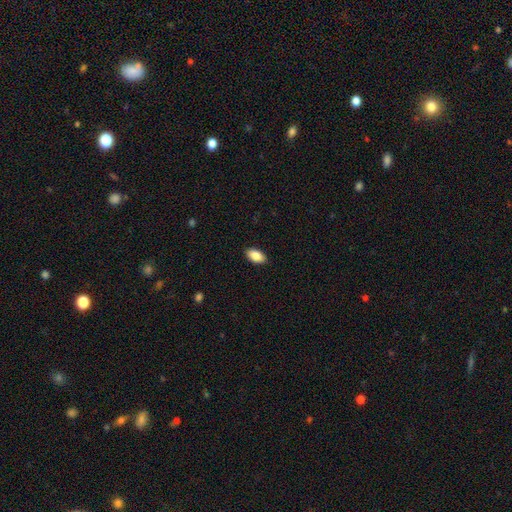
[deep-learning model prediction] smooth_or_featured: smooth (p=0.87) [alt: star or artifact p=0.07]
how_rounded: in between (p=0.93) [alt: round p=0.04]
merging: none (p=0.89) [alt: minor disturbance p=0.09]